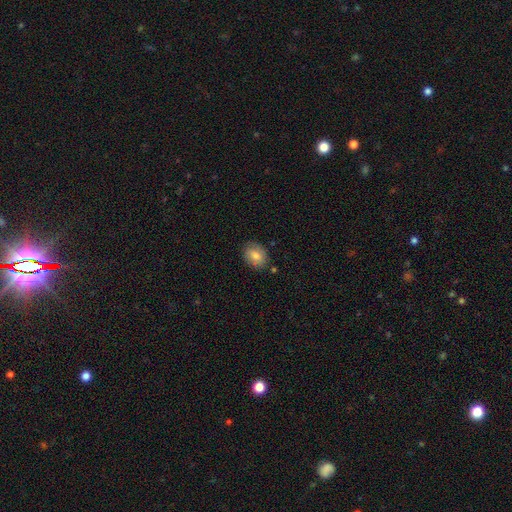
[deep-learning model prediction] Smooth or featured? smooth (78%)
How rounded? in between (66%)
Merging? none (79%)